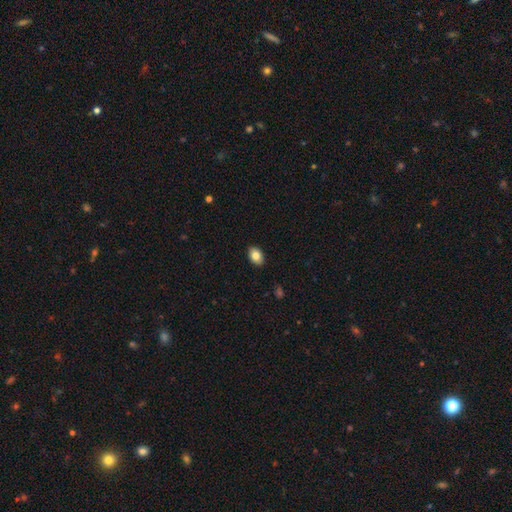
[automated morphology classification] Smooth or featured?
  - smooth: 83% *
  - featured or disk: 10%
  - star or artifact: 8%
How rounded?
  - in between: 84% *
  - round: 15%
  - cigar-shaped: 1%
Merging?
  - none: 90% *
  - minor disturbance: 8%
  - major disturbance: 2%
  - merger: 1%